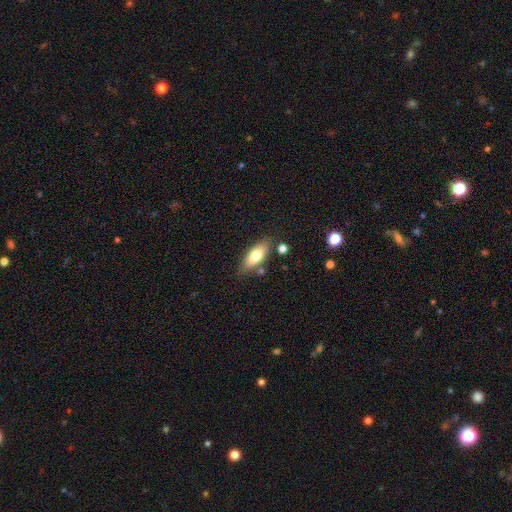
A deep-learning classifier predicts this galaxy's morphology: Smooth or featured? Predicted: smooth (p=0.72). How rounded? Predicted: in between (p=0.74). Merging? Predicted: none (p=0.77).